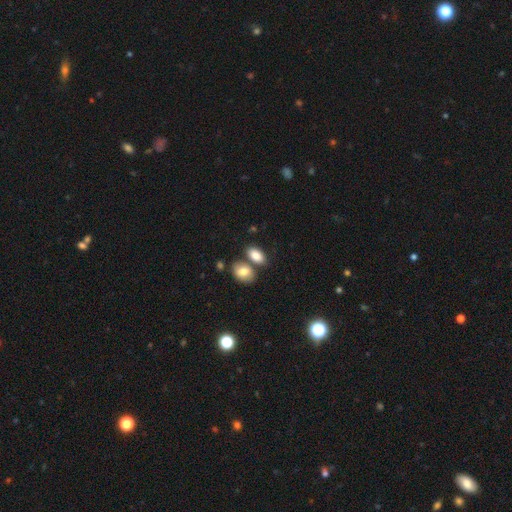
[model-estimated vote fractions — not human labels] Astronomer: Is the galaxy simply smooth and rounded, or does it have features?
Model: smooth — 85%.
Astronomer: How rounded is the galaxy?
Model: in between — 90%.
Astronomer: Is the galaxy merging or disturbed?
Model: none — 55%.